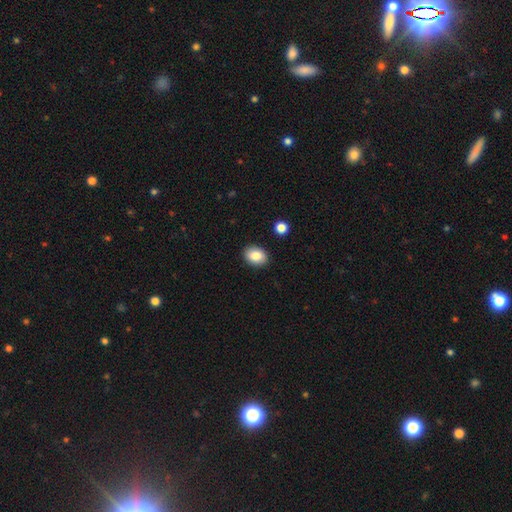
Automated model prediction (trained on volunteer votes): A smooth galaxy with no disk features (84%) that is in between round and cigar-shaped (61%).

Vote fractions:
- Smooth or featured? smooth: 84% / star or artifact: 8% / featured or disk: 7%
- How rounded? in between: 61% / round: 38% / cigar-shaped: 1%
- Merging? none: 90% / minor disturbance: 7% / major disturbance: 2% / merger: 2%